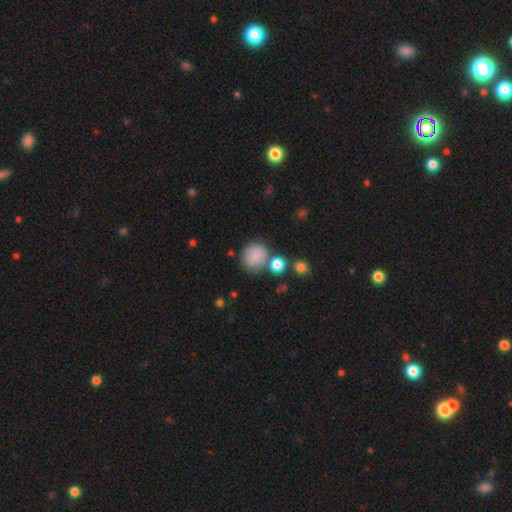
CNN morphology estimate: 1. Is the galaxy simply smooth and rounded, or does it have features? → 83% smooth, 9% star or artifact, 7% featured or disk.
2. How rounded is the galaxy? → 82% round, 17% in between, 1% cigar-shaped.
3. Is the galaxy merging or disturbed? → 66% none, 16% minor disturbance, 12% merger, 6% major disturbance.